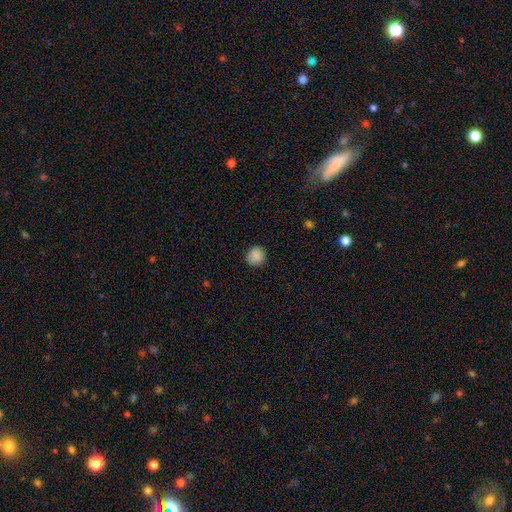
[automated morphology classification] Smooth or featured? Predicted: smooth (p=0.89). How rounded? Predicted: round (p=0.90). Merging? Predicted: none (p=0.90).